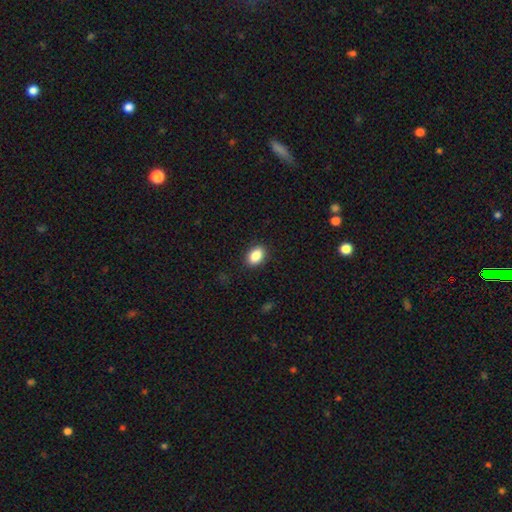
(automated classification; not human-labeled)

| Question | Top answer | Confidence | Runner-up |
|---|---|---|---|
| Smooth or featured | smooth | 87% | star or artifact (8%) |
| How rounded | in between | 83% | round (16%) |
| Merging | none | 89% | minor disturbance (8%) |